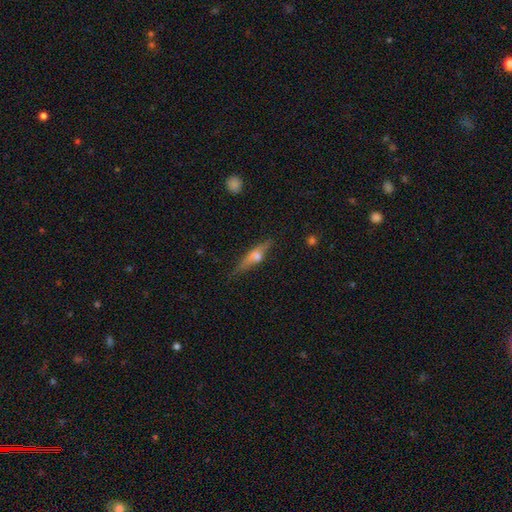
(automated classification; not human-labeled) Q: Smooth or featured?
A: featured or disk (60%); runner-up: smooth (32%)
Q: Edge-on disk?
A: yes (93%); runner-up: no (7%)
Q: Edge-on bulge?
A: rounded (91%); runner-up: boxy (5%)
Q: Merging?
A: none (80%); runner-up: minor disturbance (15%)